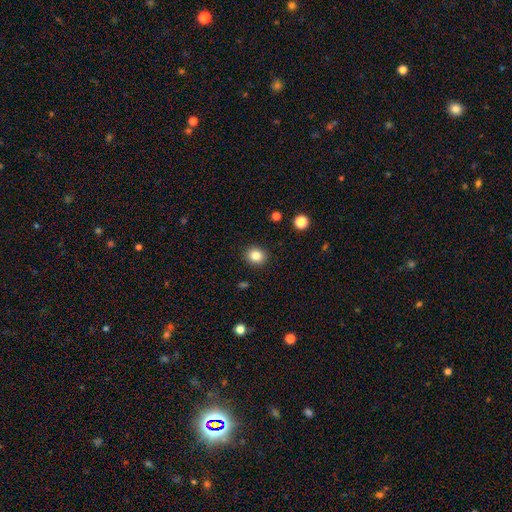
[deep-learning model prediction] smooth_or_featured: smooth (p=0.84) [alt: star or artifact p=0.11]
how_rounded: round (p=0.77) [alt: in between p=0.22]
merging: none (p=0.91) [alt: minor disturbance p=0.06]